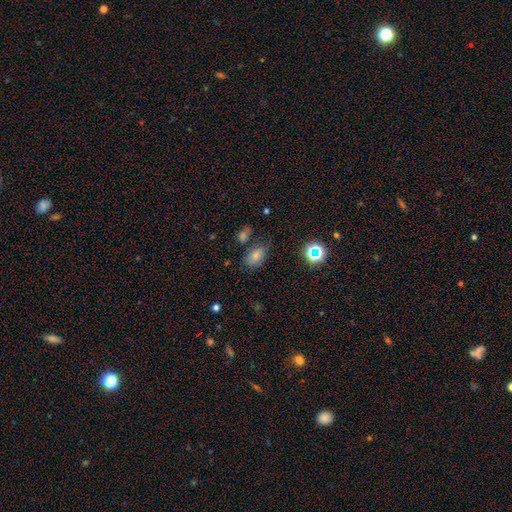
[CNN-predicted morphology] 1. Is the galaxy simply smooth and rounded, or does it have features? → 71% smooth, 16% star or artifact, 12% featured or disk.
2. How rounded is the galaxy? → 83% in between, 16% round, 2% cigar-shaped.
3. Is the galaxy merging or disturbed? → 63% none, 20% minor disturbance, 11% merger, 6% major disturbance.